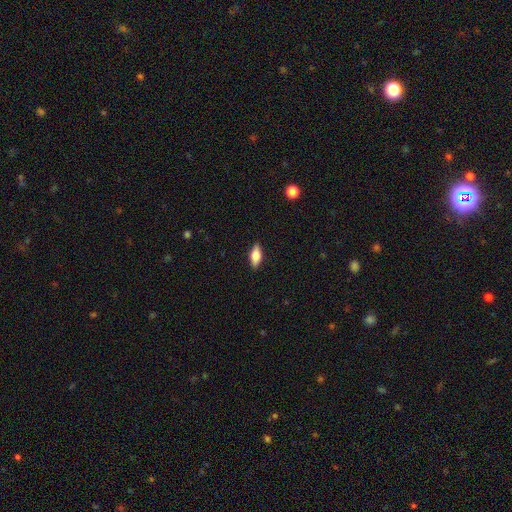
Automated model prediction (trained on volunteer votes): Smooth or featured: smooth — 70% (featured or disk — 24%)
How rounded: in between — 80% (cigar-shaped — 17%)
Merging: none — 88% (minor disturbance — 9%)